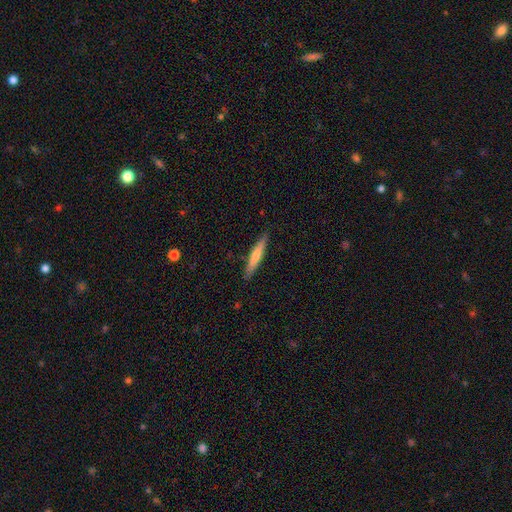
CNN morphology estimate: smooth 57%, featured or disk 37%, star or artifact 6%. Down the decision tree: how rounded — cigar-shaped (93%); merging — none (89%).